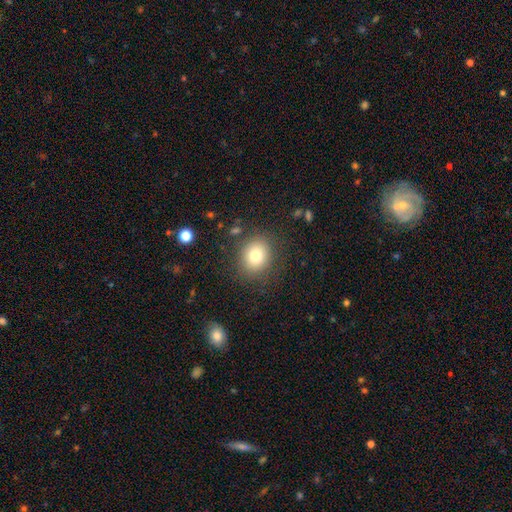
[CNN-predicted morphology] smooth-or-featured: smooth: 78% | star or artifact: 12% | featured or disk: 11%
  how-rounded: round: 68% | in between: 31% | cigar-shaped: 1%
  merging: none: 83% | minor disturbance: 10% | major disturbance: 5% | merger: 2%